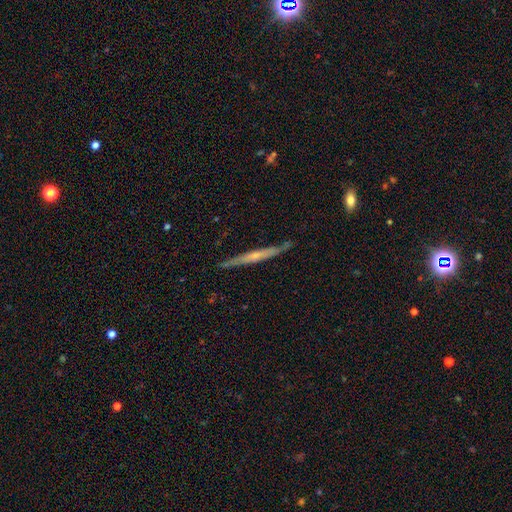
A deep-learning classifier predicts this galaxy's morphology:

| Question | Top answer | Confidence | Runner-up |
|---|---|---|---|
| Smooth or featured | featured or disk | 63% | smooth (31%) |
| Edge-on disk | yes | 95% | no (5%) |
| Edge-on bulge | none | 55% | rounded (38%) |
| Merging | none | 84% | minor disturbance (12%) |